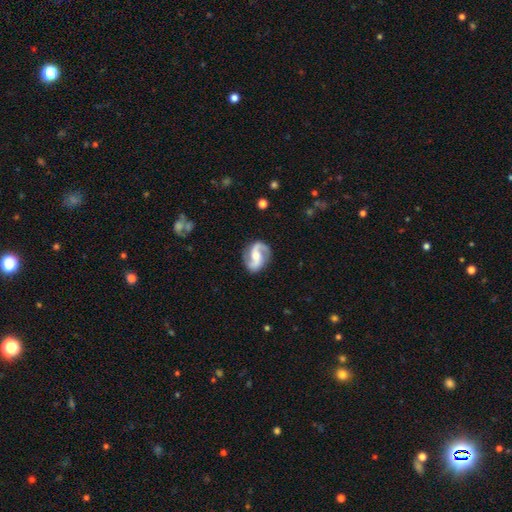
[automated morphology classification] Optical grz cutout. It shows a featured or disk galaxy (89%) with a weak bar (38%), 2 (94%) medium (47%) spiral arms (97%) and a moderate central bulge (57%). Merging: none (84%).